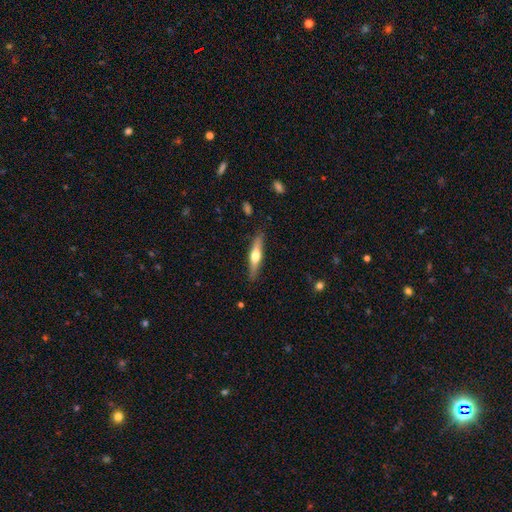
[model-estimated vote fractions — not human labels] featured or disk 53%, smooth 42%, star or artifact 5%. Down the decision tree: edge-on disk — yes (94%); merging — none (88%).